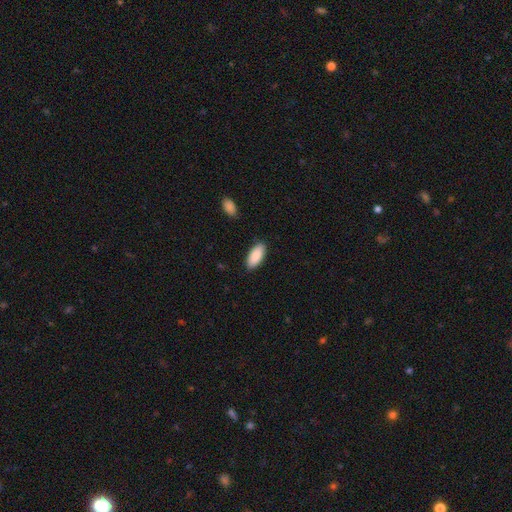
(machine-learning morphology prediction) Smooth or featured? smooth (90%)
How rounded? in between (87%)
Merging? none (88%)